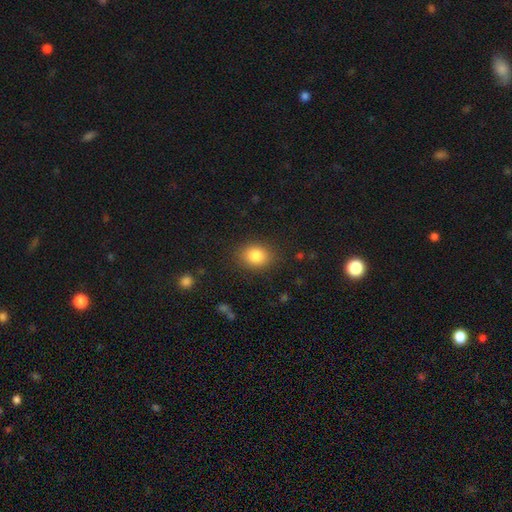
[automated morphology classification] This is clearly a smooth galaxy (85%). How rounded: possibly in between (53%). Merging: clearly none (86%).